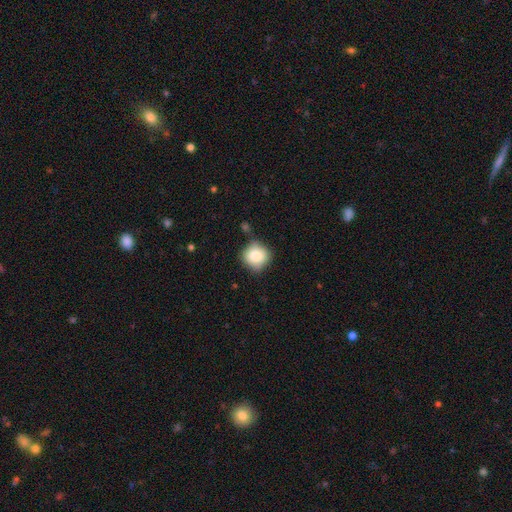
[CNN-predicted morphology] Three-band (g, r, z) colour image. It shows a smooth galaxy with no disk features (82%) that is round (88%). Merging: none (73%).